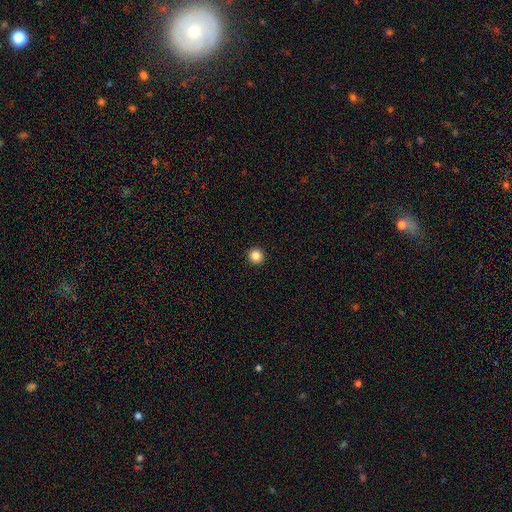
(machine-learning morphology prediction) Q: Smooth or featured?
A: smooth (86%); runner-up: star or artifact (11%)
Q: How rounded?
A: round (95%); runner-up: in between (4%)
Q: Merging?
A: none (94%); runner-up: minor disturbance (4%)